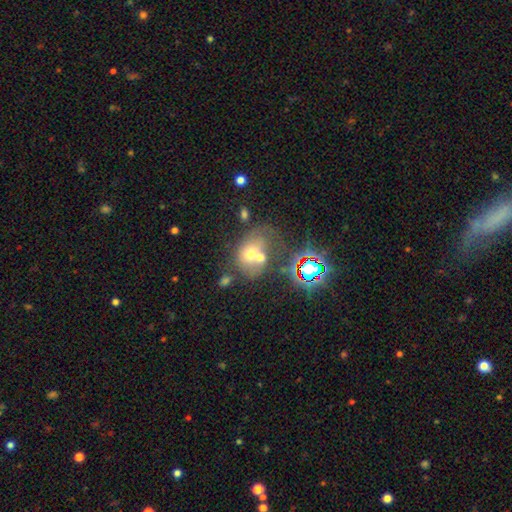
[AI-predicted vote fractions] Q: Smooth or featured?
A: smooth (55%); runner-up: featured or disk (28%)
Q: How rounded?
A: in between (50%); runner-up: round (49%)
Q: Merging?
A: merger (56%); runner-up: none (24%)